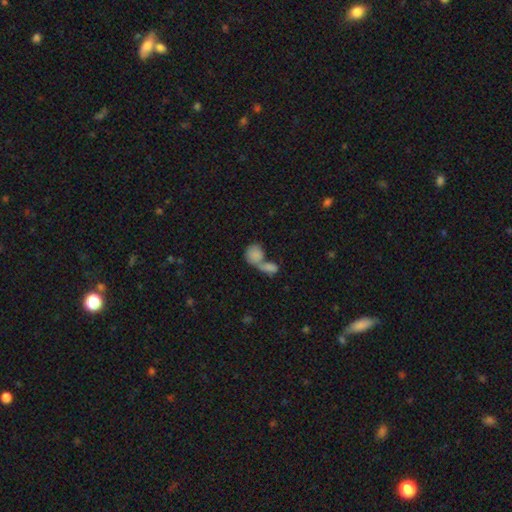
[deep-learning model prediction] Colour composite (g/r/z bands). It shows a smooth galaxy with no disk features (82%) that is round (55%). Merging: merger (68%).